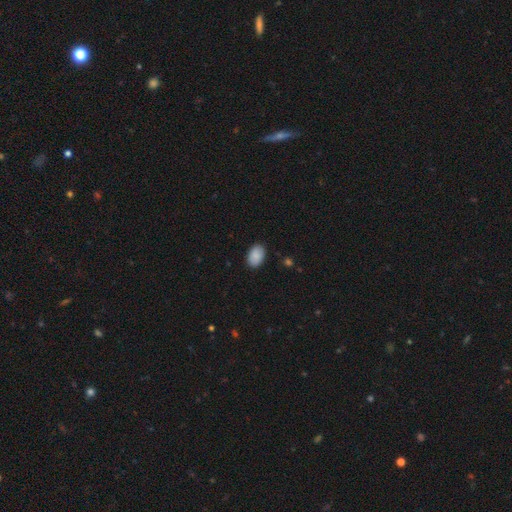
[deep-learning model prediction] This is clearly a smooth galaxy (90%). How rounded: clearly in between (89%). Merging: clearly none (88%).